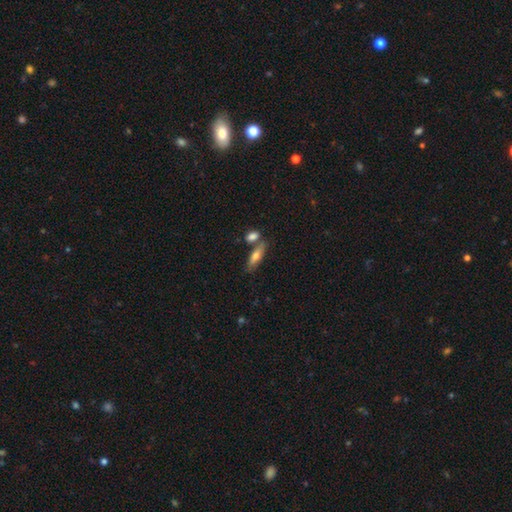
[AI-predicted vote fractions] Q: Smooth or featured?
A: smooth (66%); runner-up: featured or disk (28%)
Q: How rounded?
A: cigar-shaped (51%); runner-up: in between (47%)
Q: Merging?
A: none (63%); runner-up: merger (22%)